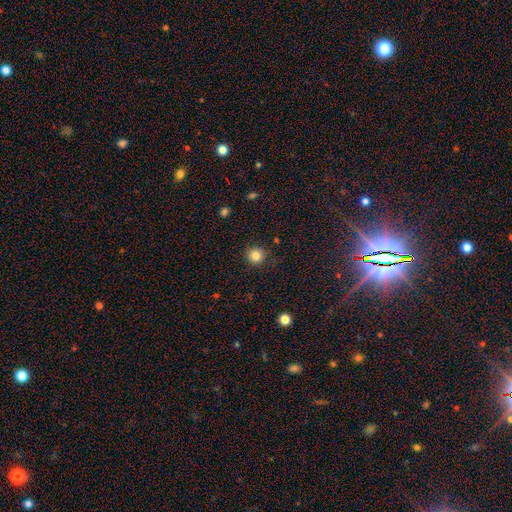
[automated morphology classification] Smooth or featured: smooth — 83% (star or artifact — 12%)
How rounded: round — 93% (in between — 6%)
Merging: none — 89% (minor disturbance — 8%)